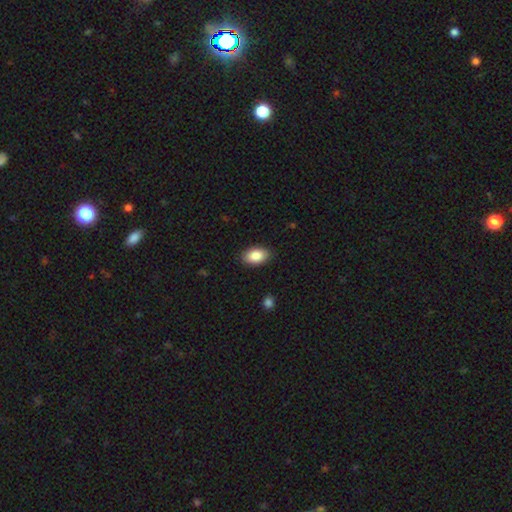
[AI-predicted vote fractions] A smooth galaxy with no disk features (87%) that is in between round and cigar-shaped (91%). Merging: none (88%).